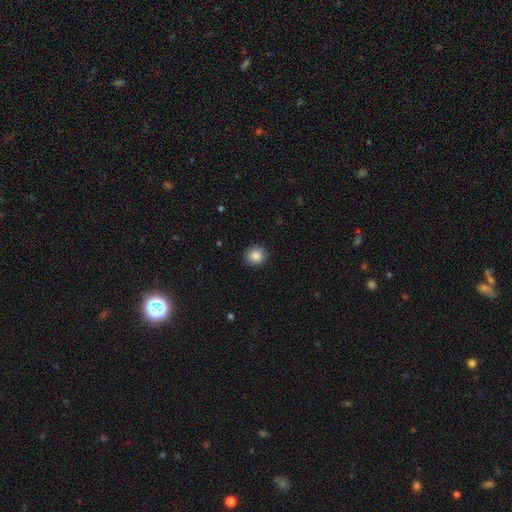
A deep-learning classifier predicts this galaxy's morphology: smooth_or_featured: smooth (p=0.86) [alt: star or artifact p=0.09]
how_rounded: round (p=0.87) [alt: in between p=0.12]
merging: none (p=0.89) [alt: minor disturbance p=0.08]